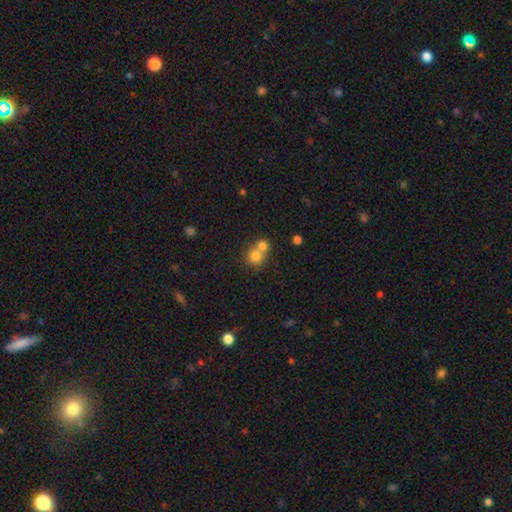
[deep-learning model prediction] Smooth or featured: smooth — 78% (star or artifact — 11%)
How rounded: round — 86% (in between — 13%)
Merging: merger — 52% (none — 40%)